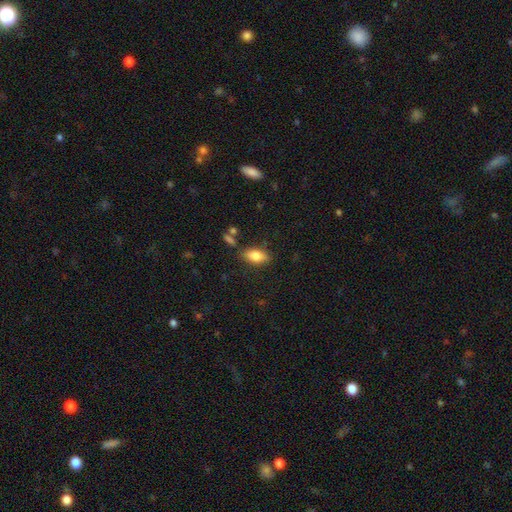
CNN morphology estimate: Smooth or featured?
  - smooth: 77% *
  - featured or disk: 15%
  - star or artifact: 8%
How rounded?
  - in between: 86% *
  - cigar-shaped: 9%
  - round: 5%
Merging?
  - none: 80% *
  - minor disturbance: 13%
  - merger: 4%
  - major disturbance: 3%